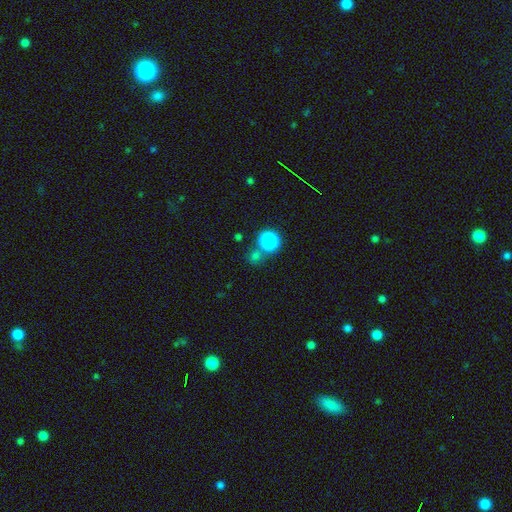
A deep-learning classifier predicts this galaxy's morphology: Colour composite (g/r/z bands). It shows a smooth galaxy with no disk features (64%) that is round (83%). Merging: none (64%).